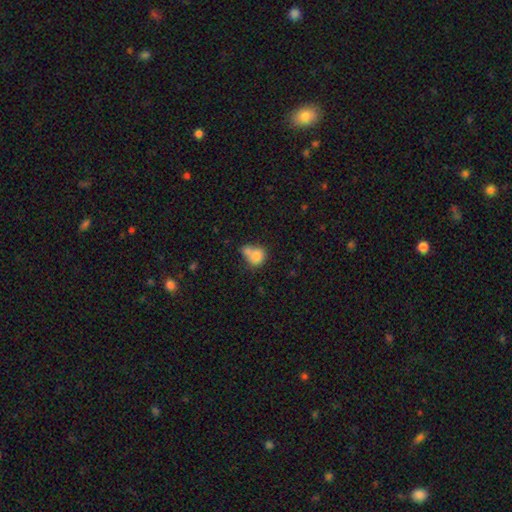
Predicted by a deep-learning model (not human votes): Smooth or featured: smooth — 78% (featured or disk — 12%)
How rounded: round — 58% (in between — 41%)
Merging: merger — 52% (none — 27%)